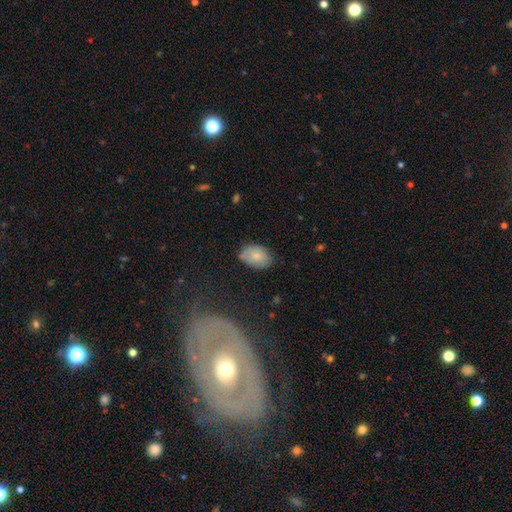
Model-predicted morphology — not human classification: type=smooth (80%); roundness=in between (86%); merging=none (73%).